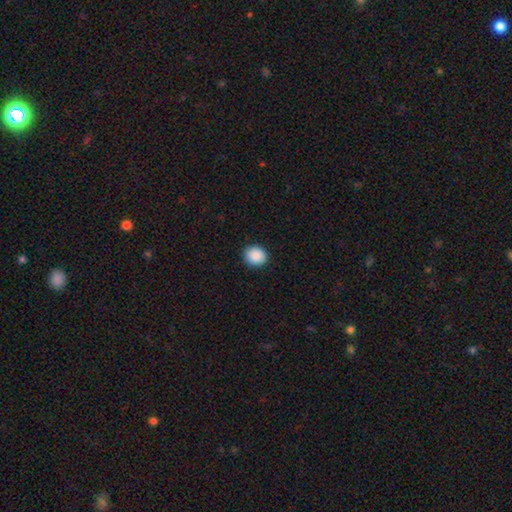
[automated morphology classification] Smooth or featured: smooth — 90% (star or artifact — 8%)
How rounded: round — 73% (in between — 26%)
Merging: none — 90% (minor disturbance — 7%)